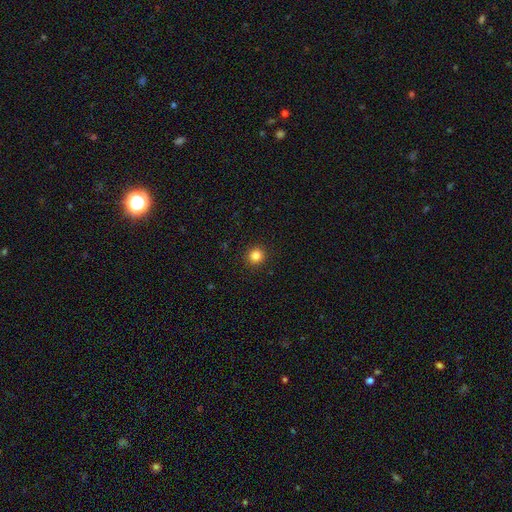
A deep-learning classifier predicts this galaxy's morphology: Smooth or featured: smooth — 84% (star or artifact — 12%)
How rounded: round — 92% (in between — 7%)
Merging: none — 92% (minor disturbance — 5%)